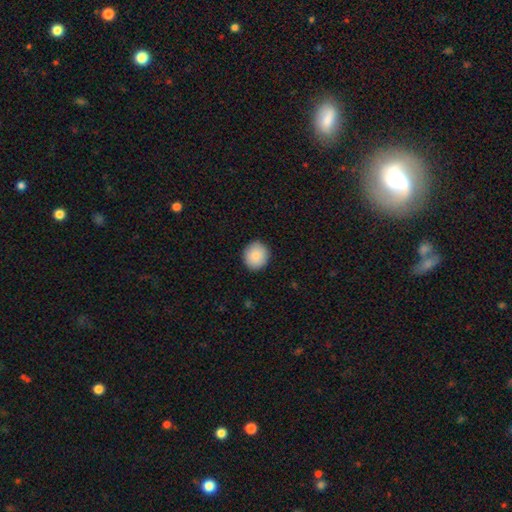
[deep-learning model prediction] This is clearly a smooth galaxy (88%). How rounded: clearly round (88%). Merging: clearly none (91%).